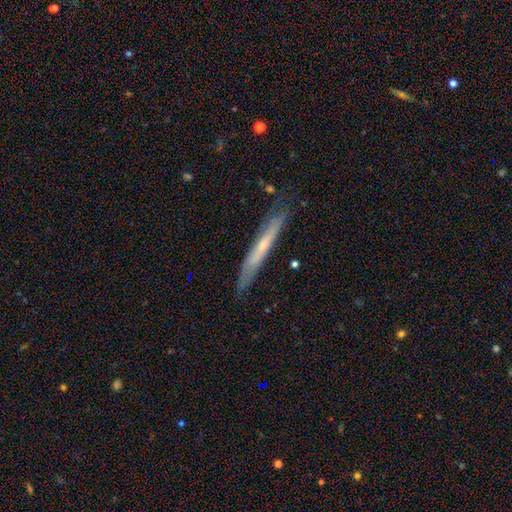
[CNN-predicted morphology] smooth-or-featured: featured or disk: 55% | smooth: 35% | star or artifact: 10%
  disk-edge-on: yes: 93% | no: 7%
    edge-on-bulge: none: 54% | rounded: 41% | boxy: 6%
  merging: none: 86% | minor disturbance: 11% | major disturbance: 2% | merger: 1%